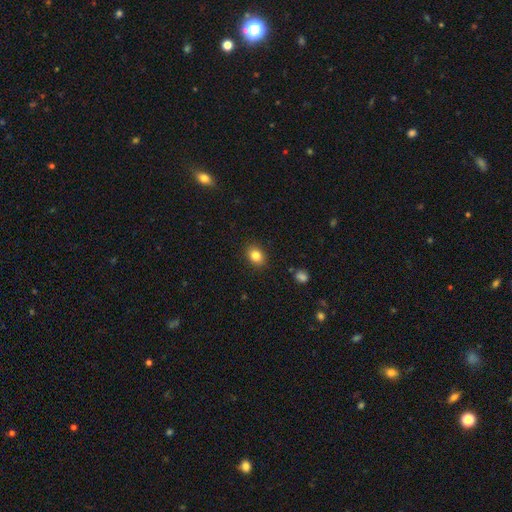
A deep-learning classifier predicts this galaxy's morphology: Smooth or featured? smooth (83%)
How rounded? in between (55%)
Merging? none (88%)